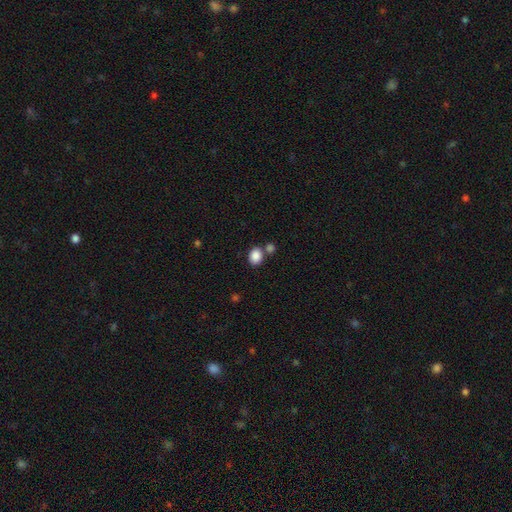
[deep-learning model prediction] smooth_or_featured: smooth (p=0.87) [alt: star or artifact p=0.09]
how_rounded: in between (p=0.50) [alt: round p=0.49]
merging: none (p=0.64) [alt: merger p=0.22]